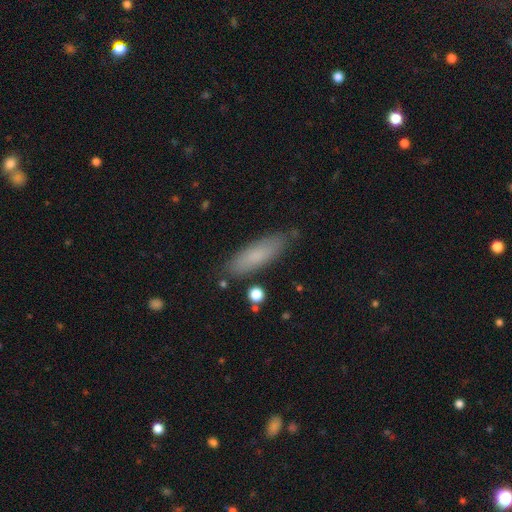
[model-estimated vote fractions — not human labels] Smooth or featured: smooth — 78% (featured or disk — 15%)
How rounded: cigar-shaped — 55% (in between — 43%)
Merging: none — 82% (minor disturbance — 13%)